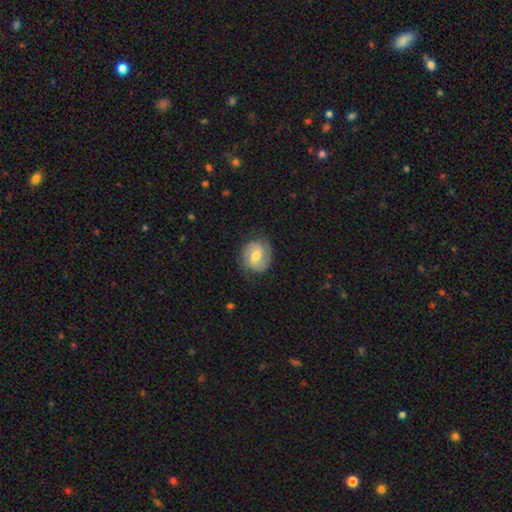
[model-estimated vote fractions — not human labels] Smooth or featured?
  - featured or disk: 59% *
  - smooth: 34%
  - star or artifact: 6%
Edge-on disk?
  - no: 97% *
  - yes: 3%
Bar?
  - weak: 56% *
  - no: 23%
  - strong: 20%
Spiral arms?
  - yes: 85% *
  - no: 15%
Bulge size?
  - moderate: 64% *
  - small: 28%
  - large: 5%
  - none: 2%
  - dominant: 1%
Merging?
  - none: 81% *
  - minor disturbance: 14%
  - major disturbance: 4%
  - merger: 1%